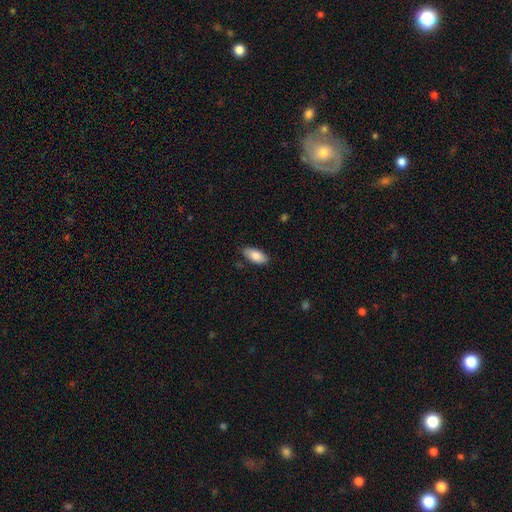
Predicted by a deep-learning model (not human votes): smooth 83%, featured or disk 11%, star or artifact 6%. Down the decision tree: how rounded — in between (90%); merging — none (85%).